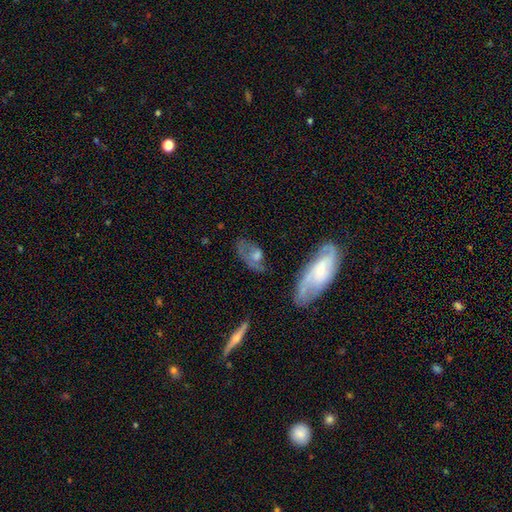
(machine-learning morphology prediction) A featured or disk galaxy (52%).

Vote fractions:
- Smooth or featured? featured or disk: 52% / smooth: 37% / star or artifact: 12%
- Edge-on disk? no: 83% / yes: 17%
- Merging? none: 49% / minor disturbance: 24% / major disturbance: 20% / merger: 7%